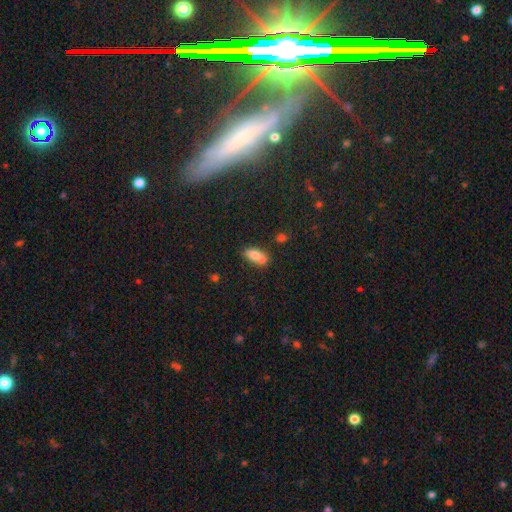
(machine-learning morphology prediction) Q: Smooth or featured?
A: smooth (82%); runner-up: featured or disk (10%)
Q: How rounded?
A: in between (84%); runner-up: cigar-shaped (13%)
Q: Merging?
A: none (60%); runner-up: minor disturbance (22%)